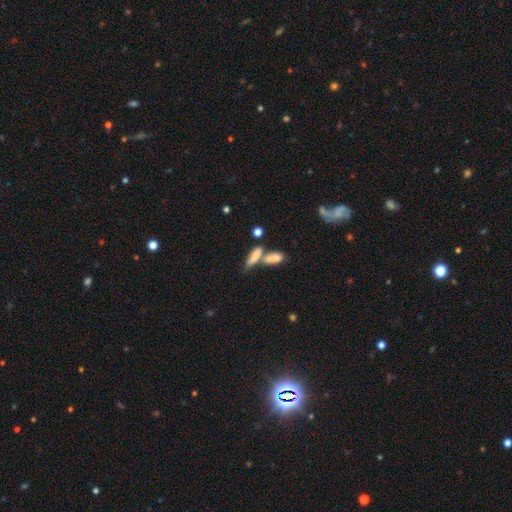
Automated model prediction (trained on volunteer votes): A smooth galaxy with no disk features (74%) that is in between round and cigar-shaped (54%).

Vote fractions:
- Smooth or featured? smooth: 74% / featured or disk: 18% / star or artifact: 8%
- How rounded? in between: 54% / cigar-shaped: 42% / round: 4%
- Merging? merger: 54% / none: 30% / minor disturbance: 10% / major disturbance: 6%